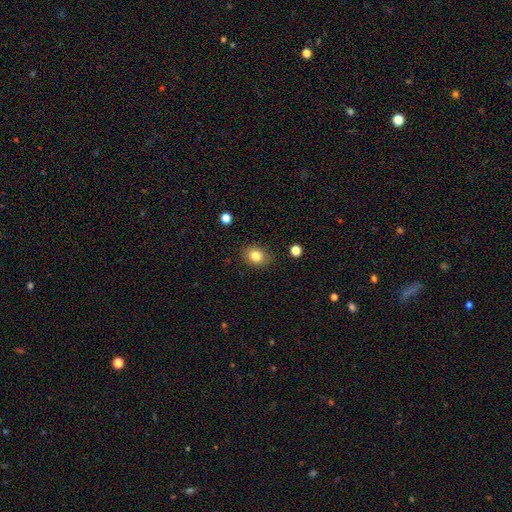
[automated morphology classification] type=smooth (82%); roundness=in between (54%); merging=none (84%).